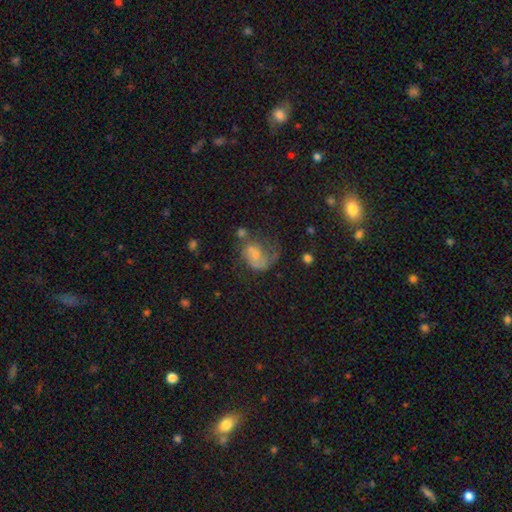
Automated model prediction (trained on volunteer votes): smooth-or-featured: featured or disk: 56% | smooth: 30% | star or artifact: 14%
  disk-edge-on: no: 97% | yes: 3%
    bar: no: 69% | weak: 26% | strong: 5%
    has-spiral-arms: yes: 74% | no: 26%
    bulge-size: small: 53% | moderate: 34% | none: 8% | large: 3% | dominant: 1%
  merging: none: 35% | major disturbance: 32% | minor disturbance: 22% | merger: 11%